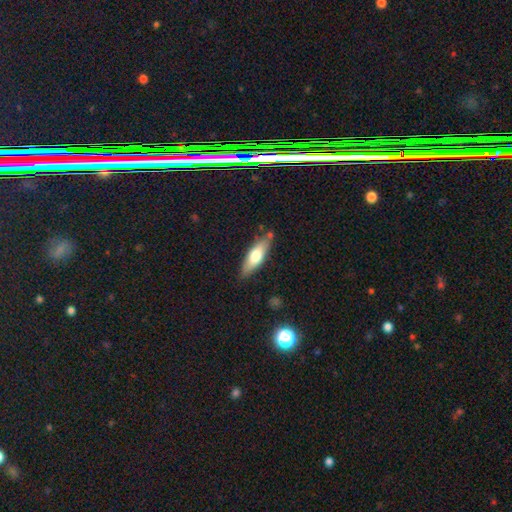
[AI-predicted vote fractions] smooth-or-featured: smooth: 62% | featured or disk: 33% | star or artifact: 6%
  how-rounded: cigar-shaped: 49% (tied) | in between: 49% (tied) | round: 2%
  merging: none: 80% | minor disturbance: 14% | merger: 4% | major disturbance: 3%